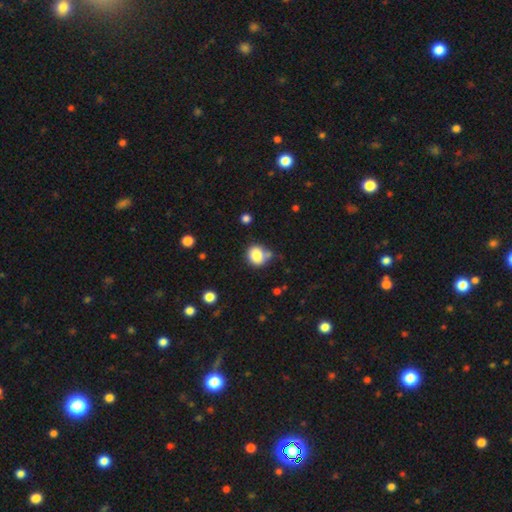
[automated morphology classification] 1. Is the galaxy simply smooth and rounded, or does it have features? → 84% smooth, 10% star or artifact, 6% featured or disk.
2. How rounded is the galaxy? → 73% round, 26% in between, 1% cigar-shaped.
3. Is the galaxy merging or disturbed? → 61% none, 18% minor disturbance, 15% merger, 5% major disturbance.